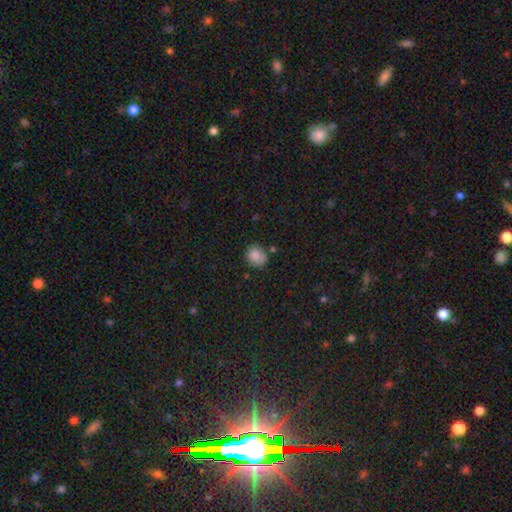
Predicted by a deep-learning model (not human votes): smooth 85%, star or artifact 10%, featured or disk 5%. Down the decision tree: how rounded — round (69%); merging — none (71%).